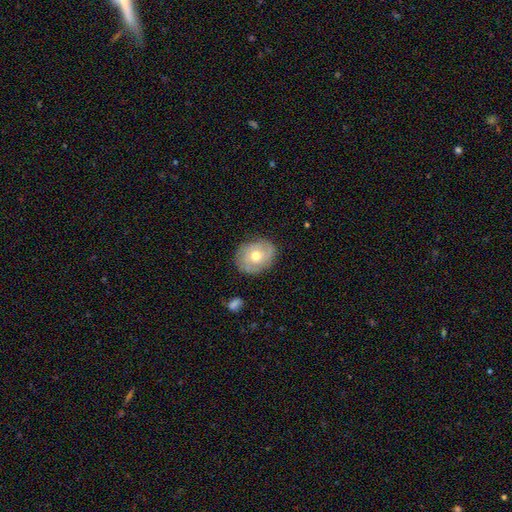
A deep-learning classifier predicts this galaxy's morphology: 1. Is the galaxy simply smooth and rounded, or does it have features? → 62% featured or disk, 31% smooth, 7% star or artifact.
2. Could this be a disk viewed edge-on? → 96% no, 4% yes.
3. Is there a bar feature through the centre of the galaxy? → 81% no, 16% weak, 3% strong.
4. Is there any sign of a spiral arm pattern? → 79% yes, 21% no.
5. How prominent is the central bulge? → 73% moderate, 22% small, 4% large, 1% dominant, 1% none.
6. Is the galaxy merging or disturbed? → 78% none, 16% minor disturbance, 4% major disturbance, 1% merger.